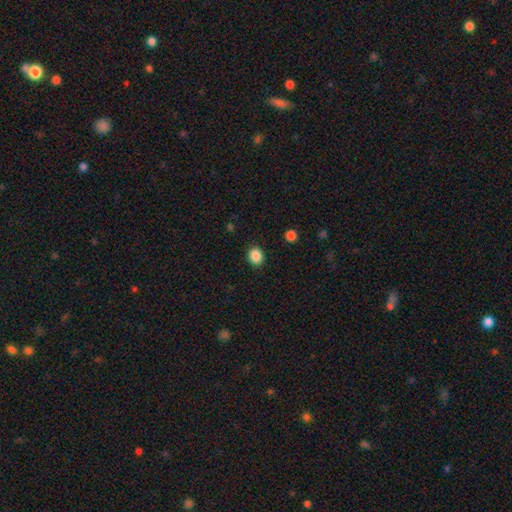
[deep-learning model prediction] This appears to be a smooth galaxy with no disk features (87%) that is round (70%). Merging: none (90%).